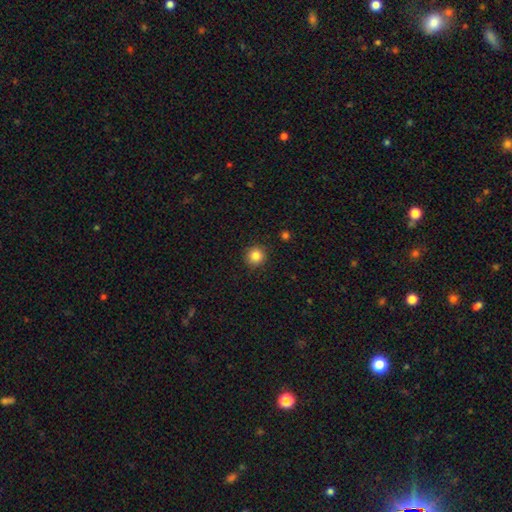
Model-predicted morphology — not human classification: smooth-or-featured: smooth: 85% | star or artifact: 11% | featured or disk: 5%
  how-rounded: round: 94% | in between: 5% | cigar-shaped: 1%
  merging: none: 91% | minor disturbance: 6% | major disturbance: 2% | merger: 1%